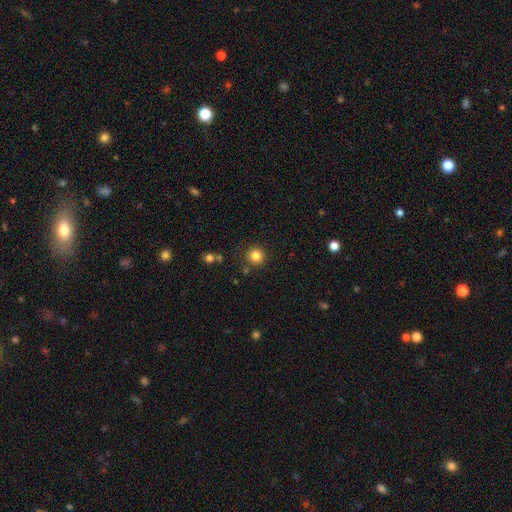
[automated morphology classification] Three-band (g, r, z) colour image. It shows a smooth galaxy with no disk features (83%) that is round (93%). Merging: none (86%).